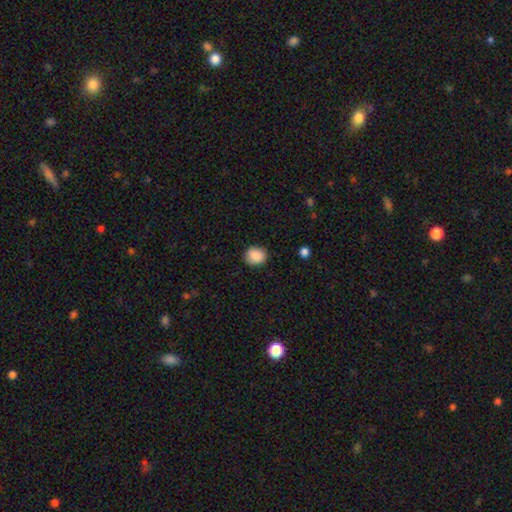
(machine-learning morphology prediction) This is clearly a smooth galaxy (88%). How rounded: likely round (64%). Merging: clearly none (84%).